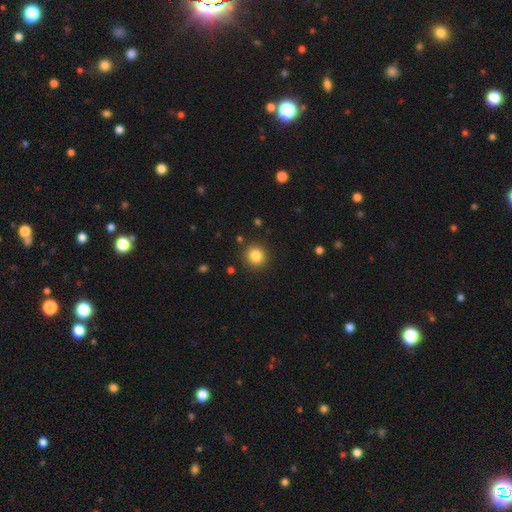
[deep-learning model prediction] Morphology: type=smooth (84%); roundness=round (94%); merging=none (91%).